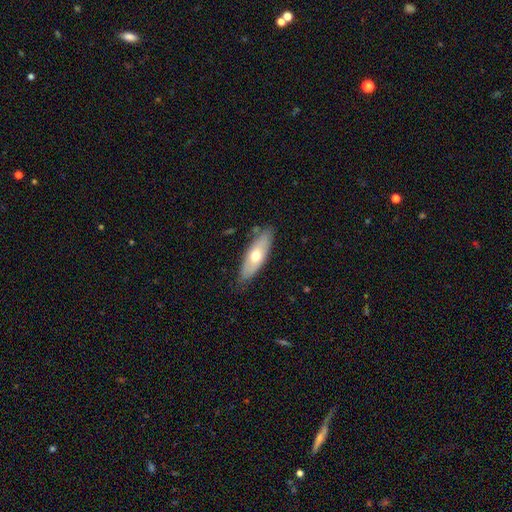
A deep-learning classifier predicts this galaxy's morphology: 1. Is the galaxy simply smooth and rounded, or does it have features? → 57% smooth, 38% featured or disk, 6% star or artifact.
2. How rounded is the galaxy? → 60% in between, 38% cigar-shaped, 2% round.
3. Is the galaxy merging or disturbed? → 81% none, 14% minor disturbance, 3% major disturbance, 2% merger.